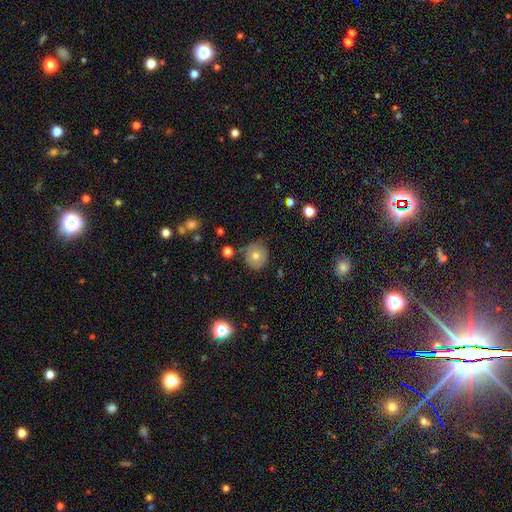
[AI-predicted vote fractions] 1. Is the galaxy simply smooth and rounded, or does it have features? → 68% smooth, 21% featured or disk, 12% star or artifact.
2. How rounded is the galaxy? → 92% round, 8% in between, 1% cigar-shaped.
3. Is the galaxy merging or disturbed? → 82% none, 13% minor disturbance, 3% major disturbance, 3% merger.